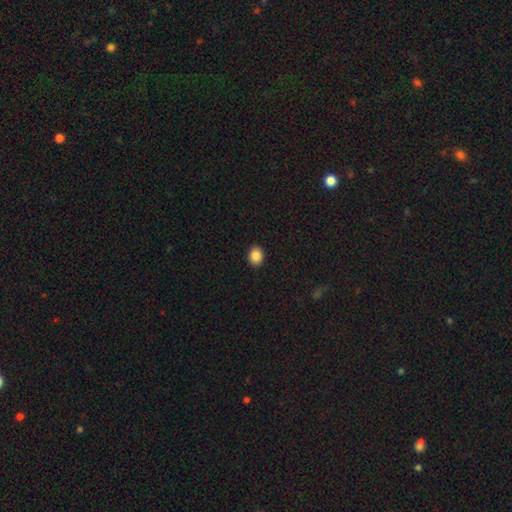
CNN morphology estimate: smooth-or-featured: smooth: 87% | star or artifact: 9% | featured or disk: 4%
  how-rounded: round: 50% | in between: 49% | cigar-shaped: 1%
  merging: none: 91% | minor disturbance: 6% | major disturbance: 2% | merger: 1%